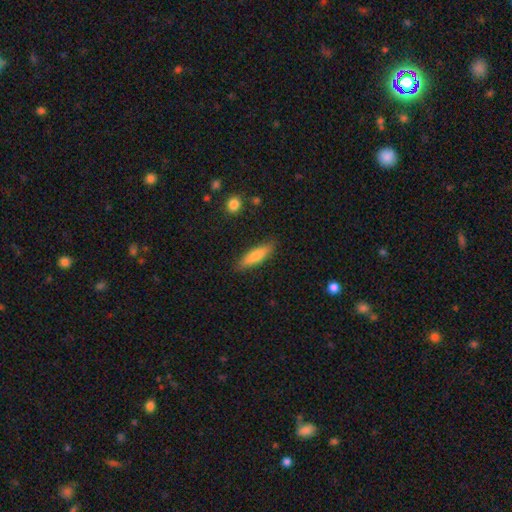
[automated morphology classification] The model was most divided on "how rounded": cigar-shaped: 66%, in between: 32%, round: 2%. More confident: merging — none (87%); smooth or featured — smooth (74%).